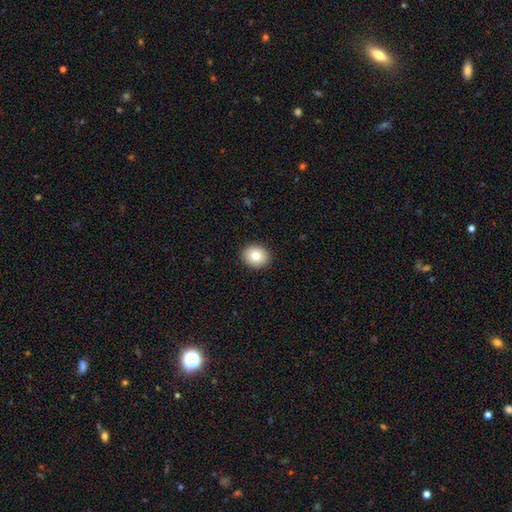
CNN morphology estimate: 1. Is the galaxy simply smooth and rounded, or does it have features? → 81% smooth, 9% featured or disk, 9% star or artifact.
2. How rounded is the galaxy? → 75% round, 24% in between, 1% cigar-shaped.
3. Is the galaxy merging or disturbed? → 91% none, 6% minor disturbance, 2% major disturbance, 1% merger.